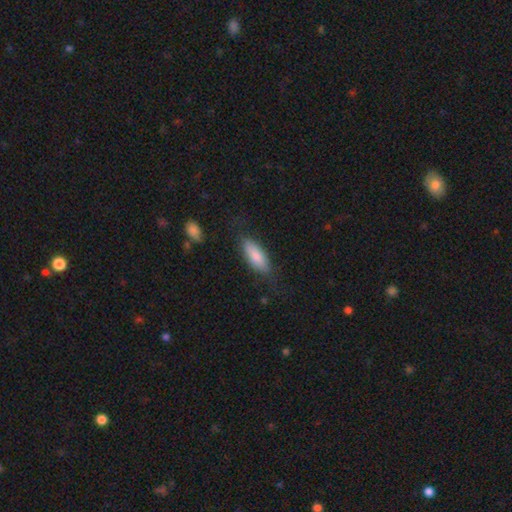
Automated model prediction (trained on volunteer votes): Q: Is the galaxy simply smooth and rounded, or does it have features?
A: smooth — 80%.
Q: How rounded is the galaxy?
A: in between — 72%.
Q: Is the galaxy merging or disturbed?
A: none — 74%.